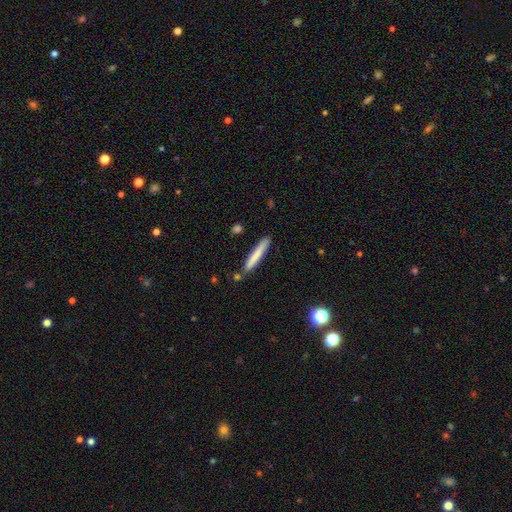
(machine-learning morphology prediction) smooth-or-featured: smooth: 74% | featured or disk: 20% | star or artifact: 6%
  how-rounded: cigar-shaped: 95% | in between: 4% | round: 1%
  merging: none: 84% | minor disturbance: 11% | merger: 4% | major disturbance: 2%